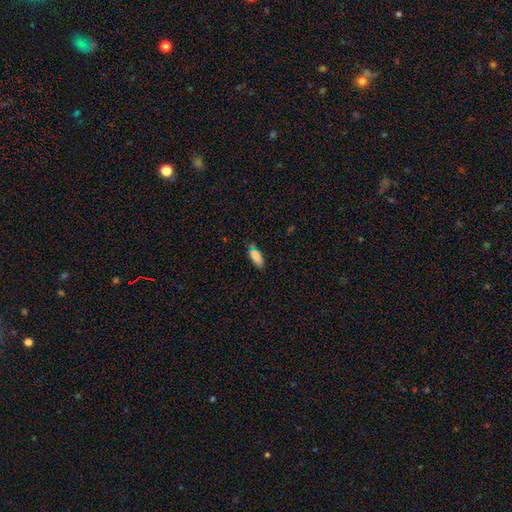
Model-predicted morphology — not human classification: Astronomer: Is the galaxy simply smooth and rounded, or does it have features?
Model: smooth — 84%.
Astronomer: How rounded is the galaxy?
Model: in between — 79%.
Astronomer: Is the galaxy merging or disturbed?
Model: none — 73%.